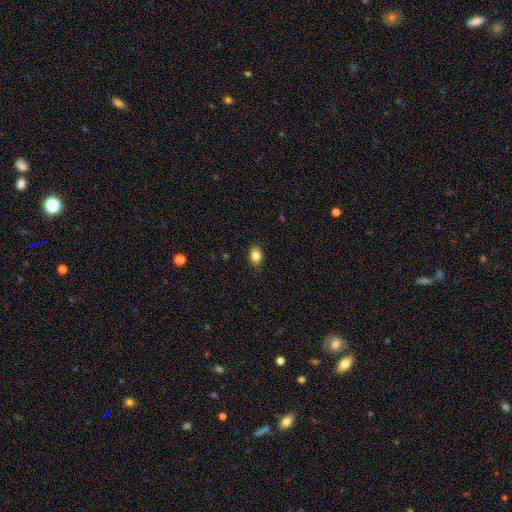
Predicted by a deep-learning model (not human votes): Smooth or featured? Predicted: smooth (p=0.84). How rounded? Predicted: in between (p=0.70). Merging? Predicted: none (p=0.88).